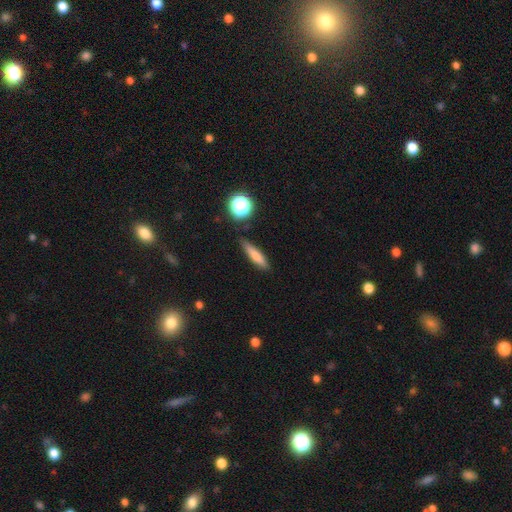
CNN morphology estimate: smooth-or-featured: smooth: 73% | featured or disk: 17% | star or artifact: 10%
  how-rounded: cigar-shaped: 79% | in between: 16% | round: 4%
  merging: none: 79% | minor disturbance: 14% | major disturbance: 3% | merger: 3%